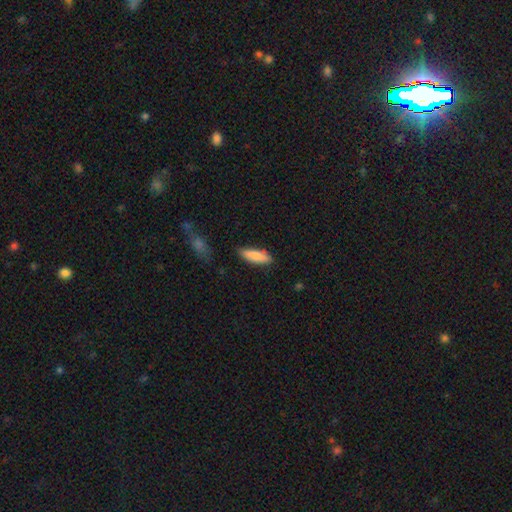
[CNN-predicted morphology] The model was most divided on "how rounded": cigar-shaped: 54%, in between: 44%, round: 2%. More confident: smooth or featured — smooth (84%); merging — none (83%).